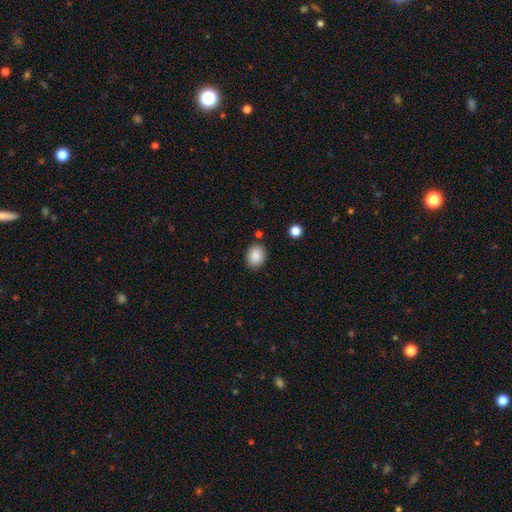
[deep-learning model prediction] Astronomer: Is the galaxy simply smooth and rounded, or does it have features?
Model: smooth — 88%.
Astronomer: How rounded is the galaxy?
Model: in between — 50% (runner-up: round, 49%).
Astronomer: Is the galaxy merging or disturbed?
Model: none — 83%.